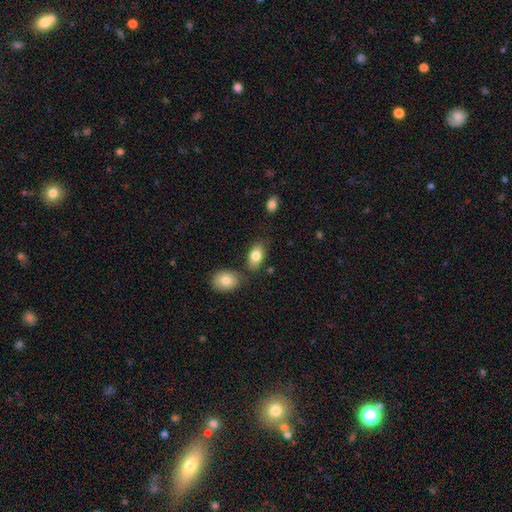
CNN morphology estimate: smooth 82%, featured or disk 11%, star or artifact 7%. Down the decision tree: how rounded — in between (90%); merging — none (70%).